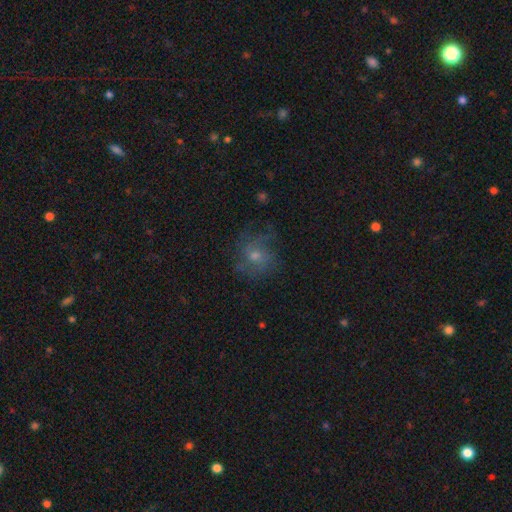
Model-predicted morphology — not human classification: A smooth galaxy with no disk features (47%).

Vote fractions:
- Smooth or featured? smooth: 47% / featured or disk: 39% / star or artifact: 14%
- Merging? none: 61% / minor disturbance: 21% / major disturbance: 16% / merger: 2%